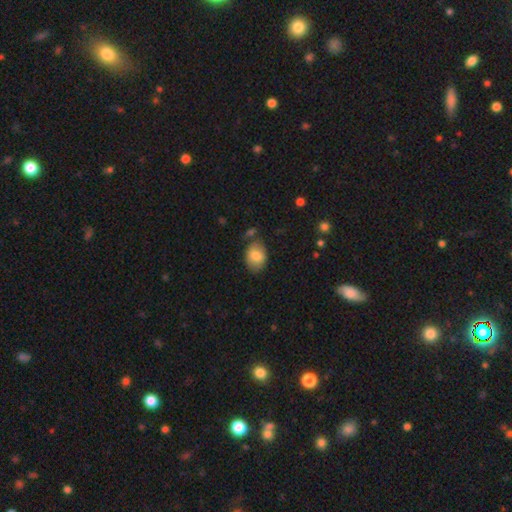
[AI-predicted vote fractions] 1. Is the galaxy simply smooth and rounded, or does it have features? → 80% smooth, 12% featured or disk, 7% star or artifact.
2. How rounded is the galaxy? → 72% in between, 27% round, 1% cigar-shaped.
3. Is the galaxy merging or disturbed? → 72% none, 18% minor disturbance, 5% merger, 4% major disturbance.